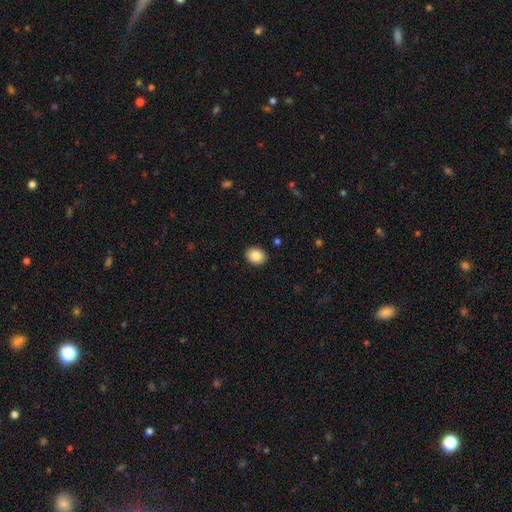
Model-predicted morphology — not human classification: Overall: smooth (87%). How rounded: round (51%; in between 48%). Merging: none (90%).